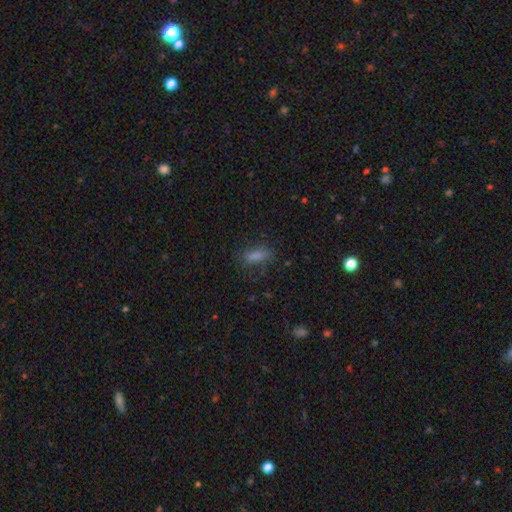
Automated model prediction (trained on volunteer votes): smooth-or-featured: smooth: 71% | star or artifact: 18% | featured or disk: 11%
  how-rounded: in between: 48% | cigar-shaped: 47% | round: 5%
  merging: none: 78% | minor disturbance: 14% | major disturbance: 6% | merger: 2%